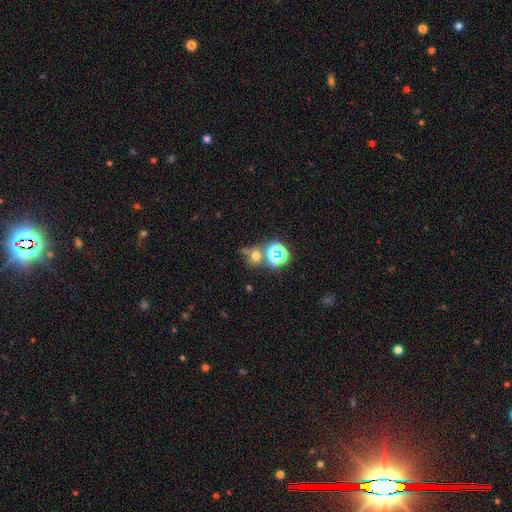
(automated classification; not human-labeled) Q: Smooth or featured?
A: smooth (51%); runner-up: star or artifact (37%)
Q: How rounded?
A: round (77%); runner-up: in between (21%)
Q: Merging?
A: none (53%); runner-up: merger (23%)